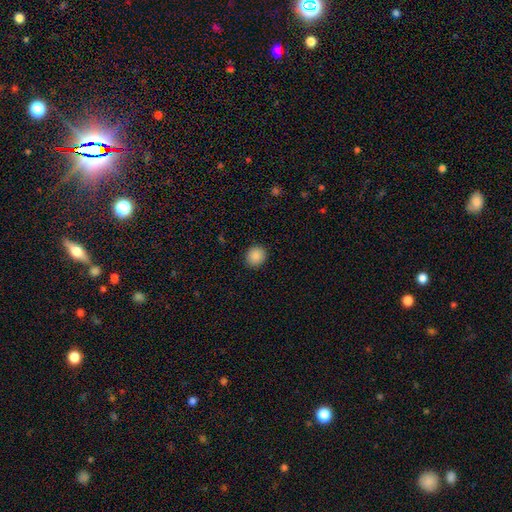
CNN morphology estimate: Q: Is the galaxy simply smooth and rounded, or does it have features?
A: smooth — 88%.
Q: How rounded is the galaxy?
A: round — 85%.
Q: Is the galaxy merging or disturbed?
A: none — 92%.